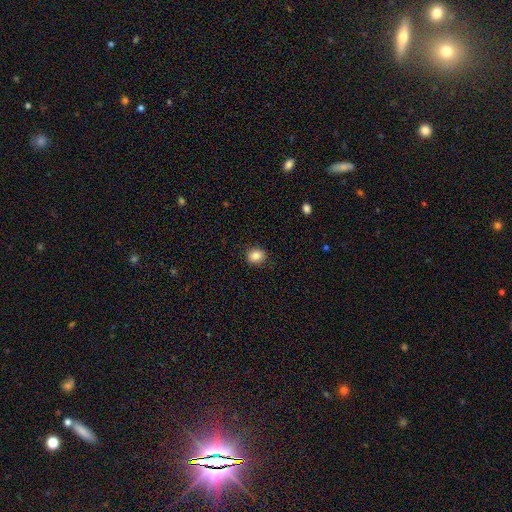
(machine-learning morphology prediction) type=smooth (84%); roundness=round (75%); merging=none (89%).